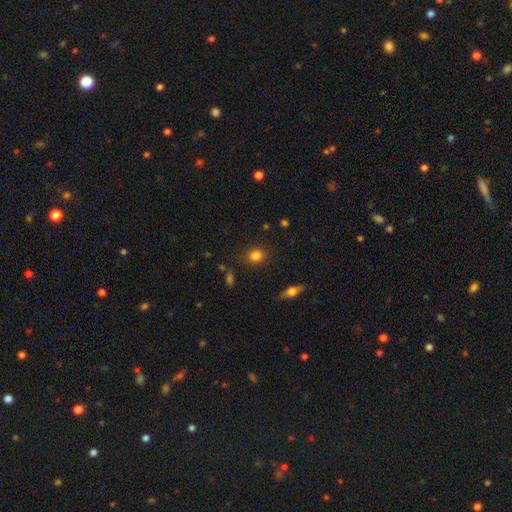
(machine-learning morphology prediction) The model was most divided on "how rounded": round: 66%, in between: 32%, cigar-shaped: 1%. More confident: merging — none (84%); smooth or featured — smooth (82%).